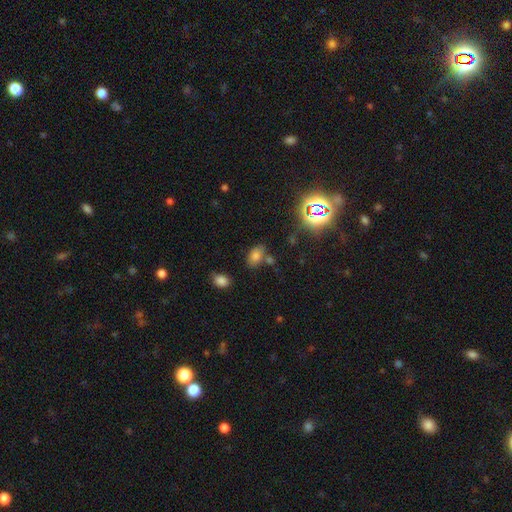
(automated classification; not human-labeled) smooth-or-featured: smooth: 73% | star or artifact: 19% | featured or disk: 9%
  how-rounded: in between: 88% | round: 10% | cigar-shaped: 2%
  merging: none: 67% | minor disturbance: 15% | merger: 14% | major disturbance: 5%